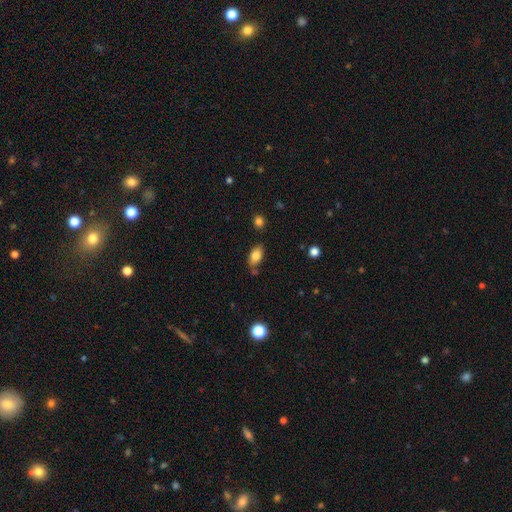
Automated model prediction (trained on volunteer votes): This is clearly a smooth galaxy (82%). How rounded: clearly in between (91%). Merging: likely none (74%).